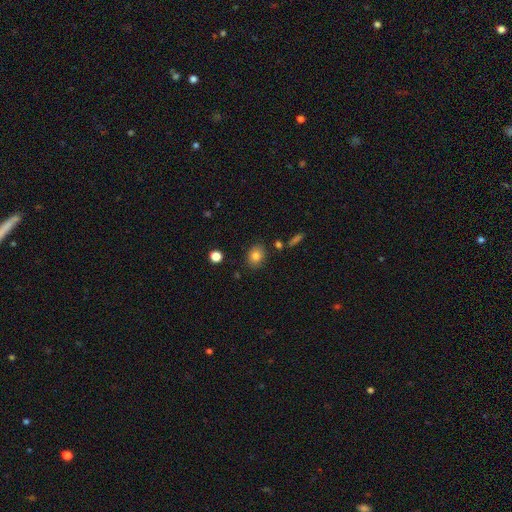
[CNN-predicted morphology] This is clearly a smooth galaxy (81%). How rounded: likely in between (60%). Merging: clearly none (83%).